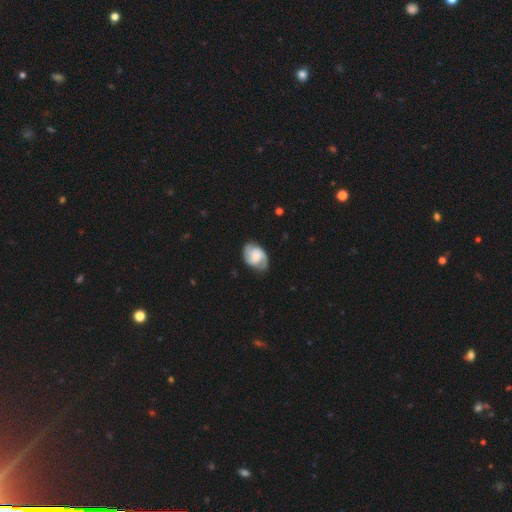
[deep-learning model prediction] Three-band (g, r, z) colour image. It shows a featured or disk galaxy (67%) with no bar (53%), 2 (84%) medium (45%) spiral arms (93%) and no central bulge (26%). Merging: none (77%).